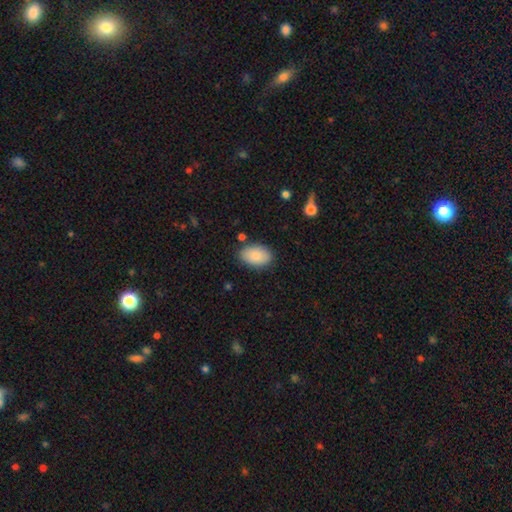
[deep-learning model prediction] Smooth or featured? smooth (87%)
How rounded? in between (91%)
Merging? none (83%)